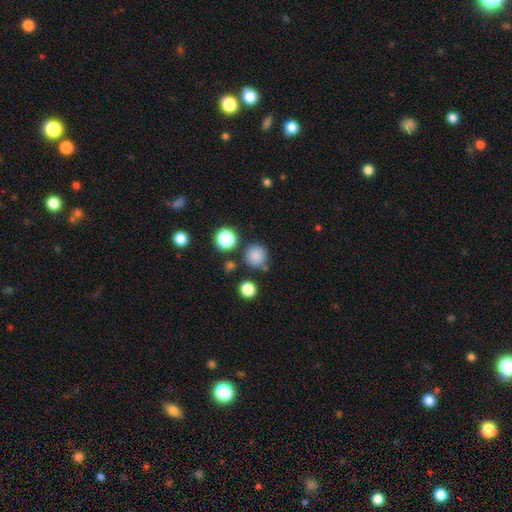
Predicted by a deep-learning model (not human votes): smooth_or_featured: smooth (p=0.81) [alt: star or artifact p=0.14]
how_rounded: round (p=0.93) [alt: in between p=0.06]
merging: none (p=0.79) [alt: minor disturbance p=0.10]